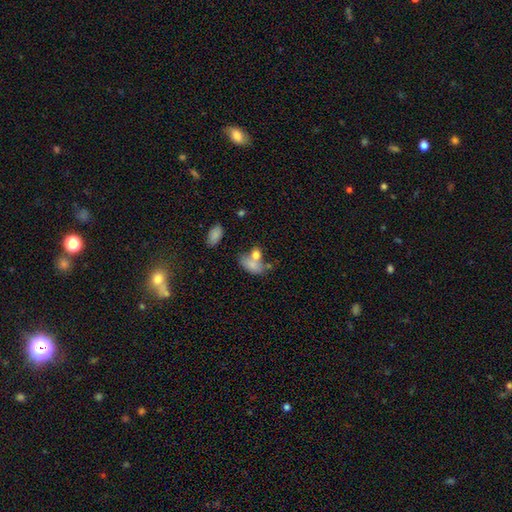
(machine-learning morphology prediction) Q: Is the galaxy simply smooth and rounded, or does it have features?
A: smooth — 74%.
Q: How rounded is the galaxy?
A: in between — 76%.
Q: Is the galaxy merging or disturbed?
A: merger — 45%.